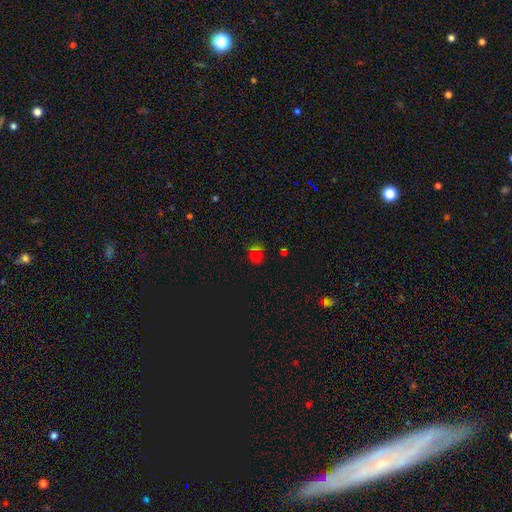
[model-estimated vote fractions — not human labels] A star or artifact, not a galaxy (48%).